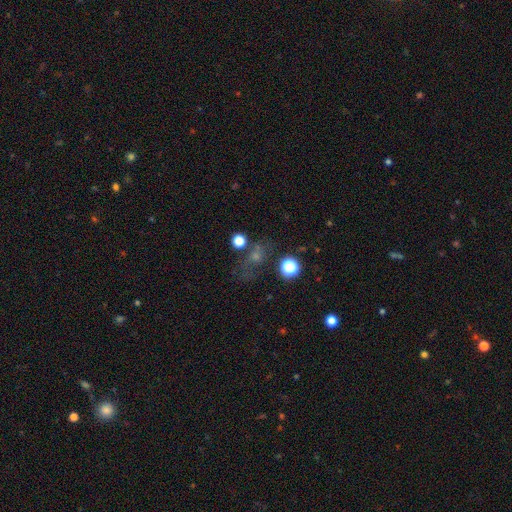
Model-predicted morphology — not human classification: Smooth or featured: smooth — 41% (star or artifact — 40%)
Merging: none — 60% (minor disturbance — 15%)